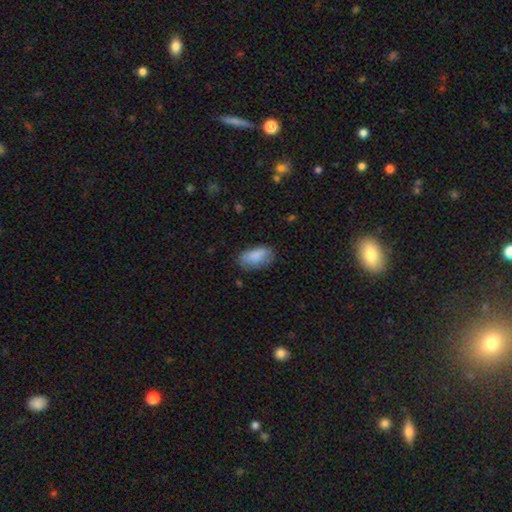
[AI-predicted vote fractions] Smooth or featured? Predicted: smooth (p=0.84). How rounded? Predicted: in between (p=0.93). Merging? Predicted: none (p=0.65).